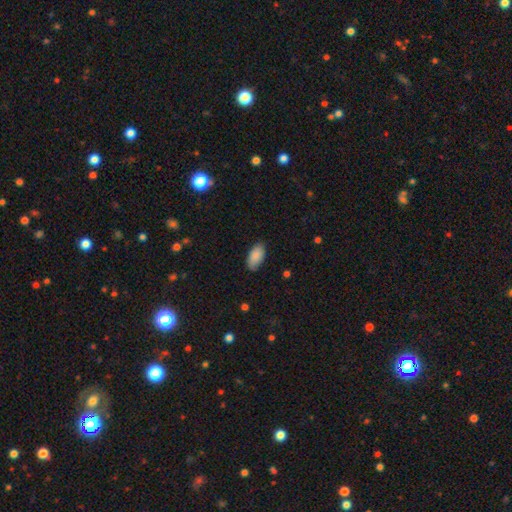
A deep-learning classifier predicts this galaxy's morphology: smooth-or-featured: smooth: 87% | featured or disk: 7% | star or artifact: 6%
  how-rounded: in between: 95% | cigar-shaped: 3% | round: 2%
  merging: none: 82% | minor disturbance: 15% | major disturbance: 2% | merger: 1%